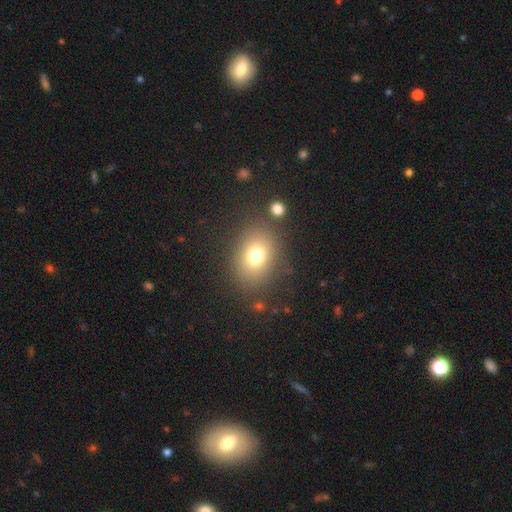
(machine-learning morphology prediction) Overall: smooth (75%). How rounded: in between (56%; round 43%). Merging: none (81%).